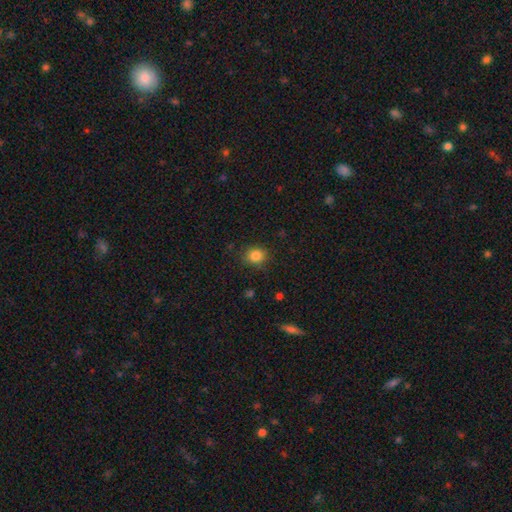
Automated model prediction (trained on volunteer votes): smooth_or_featured: smooth (p=0.84) [alt: star or artifact p=0.11]
how_rounded: round (p=0.72) [alt: in between p=0.27]
merging: none (p=0.85) [alt: minor disturbance p=0.10]